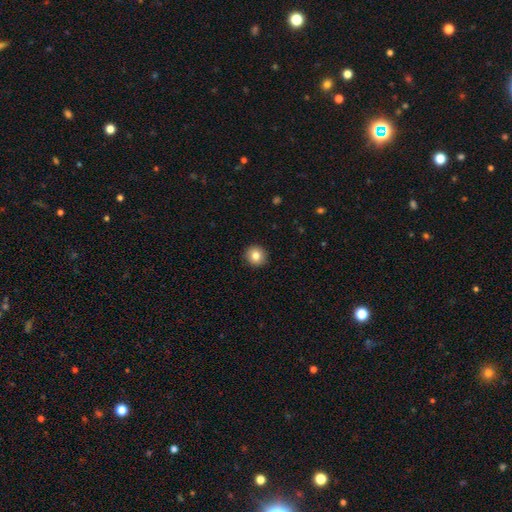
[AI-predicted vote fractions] This is clearly a smooth galaxy (83%). How rounded: clearly round (92%). Merging: clearly none (92%).